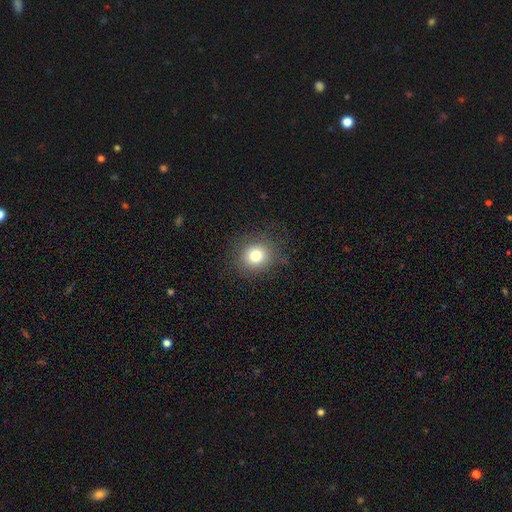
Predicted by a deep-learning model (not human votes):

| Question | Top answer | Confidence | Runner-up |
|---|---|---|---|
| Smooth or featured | smooth | 78% | star or artifact (12%) |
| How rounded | round | 84% | in between (15%) |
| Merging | none | 84% | minor disturbance (10%) |